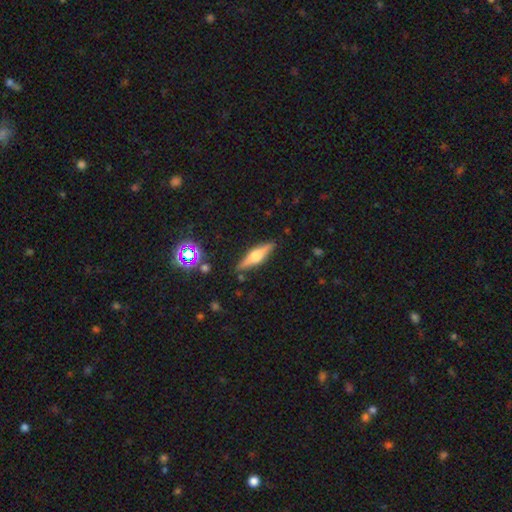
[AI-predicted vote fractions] The model was most divided on "smooth or featured": featured or disk: 62%, smooth: 30%, star or artifact: 8%. More confident: edge-on disk — yes (96%); edge-on bulge — rounded (90%); merging — none (87%).